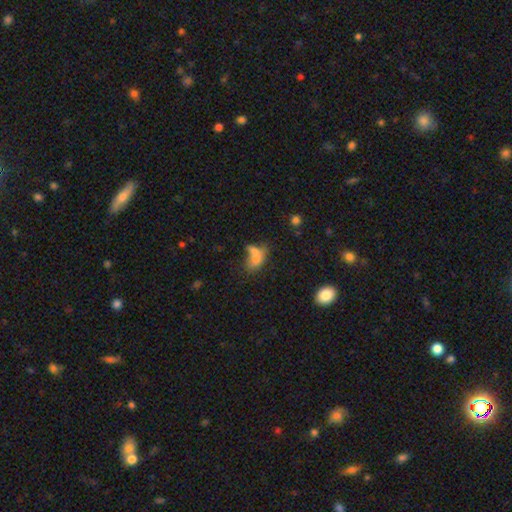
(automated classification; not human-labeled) Smooth or featured: smooth — 67% (featured or disk — 17%)
How rounded: in between — 81% (round — 11%)
Merging: merger — 33% (none — 29%)